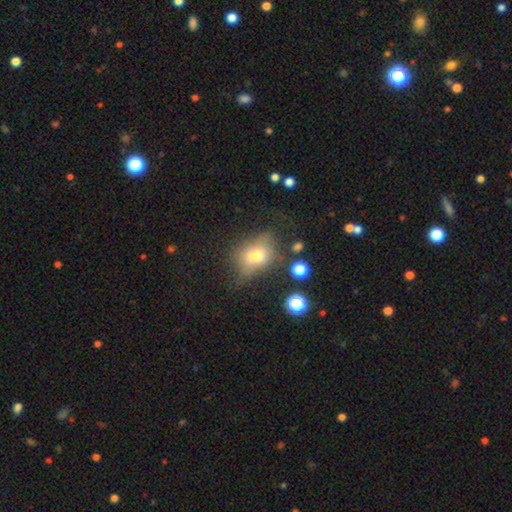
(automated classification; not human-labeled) Overall: smooth (66%). How rounded: in between (67%; round 31%). Merging: none (53%; minor disturbance 26%).